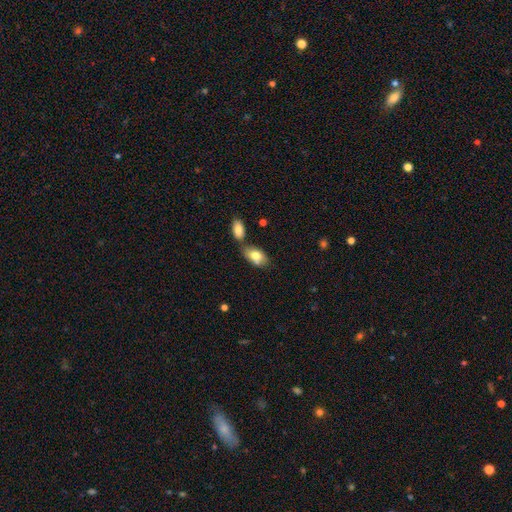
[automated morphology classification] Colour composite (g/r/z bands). It shows a smooth galaxy with no disk features (76%) that is in between round and cigar-shaped (92%). Merging: none (51%).